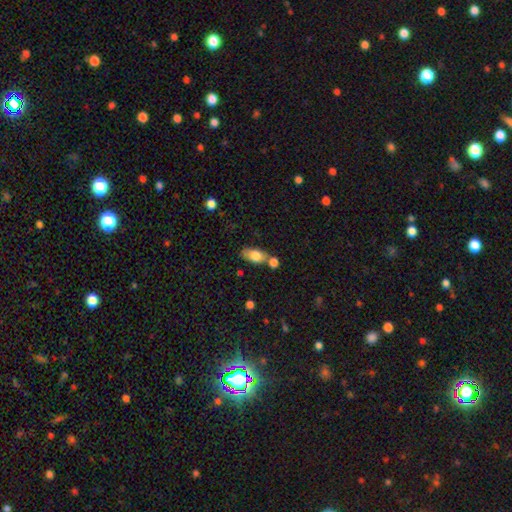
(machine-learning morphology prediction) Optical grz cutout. It shows a smooth galaxy with no disk features (76%) that is in between round and cigar-shaped (87%). Merging: none (57%).